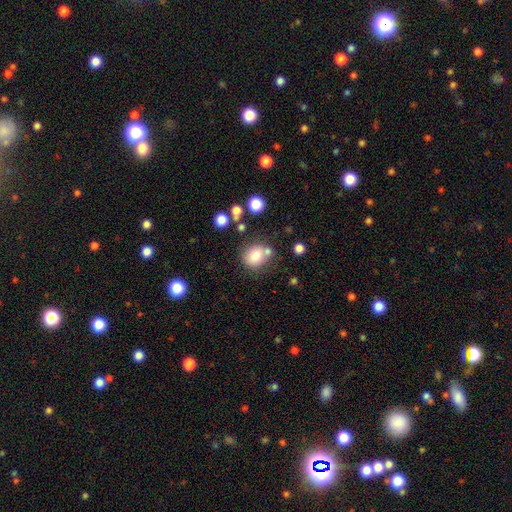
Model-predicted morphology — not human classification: This appears to be a smooth galaxy with no disk features (76%) that is round (82%). Merging: none (62%).